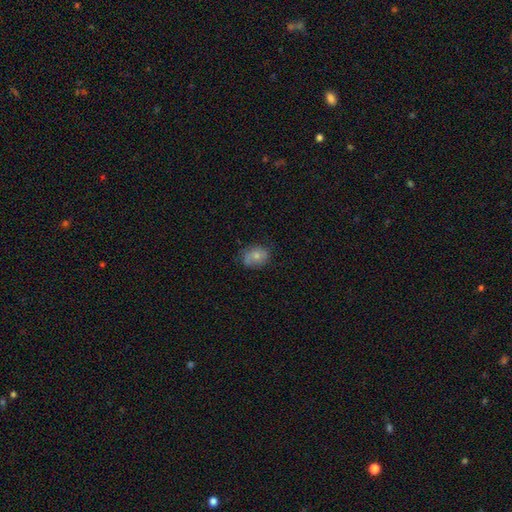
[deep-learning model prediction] A smooth galaxy with no disk features (61%) that is in between round and cigar-shaped (56%). Merging: none (63%).